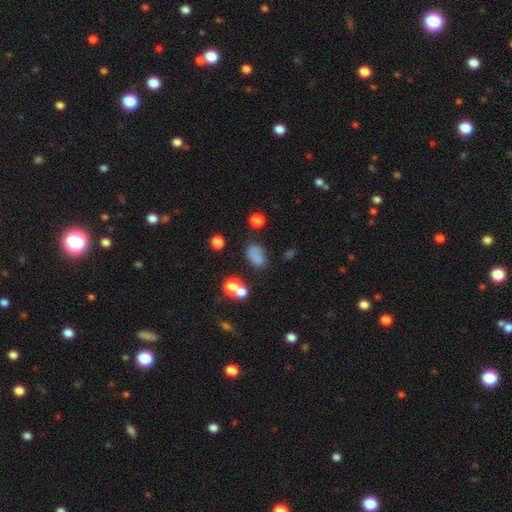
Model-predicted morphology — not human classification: A smooth galaxy with no disk features (72%) that is in between round and cigar-shaped (80%).

Vote fractions:
- Smooth or featured? smooth: 72% / star or artifact: 16% / featured or disk: 12%
- How rounded? in between: 80% / round: 18% / cigar-shaped: 2%
- Merging? none: 52% / minor disturbance: 23% / major disturbance: 12% / merger: 12%